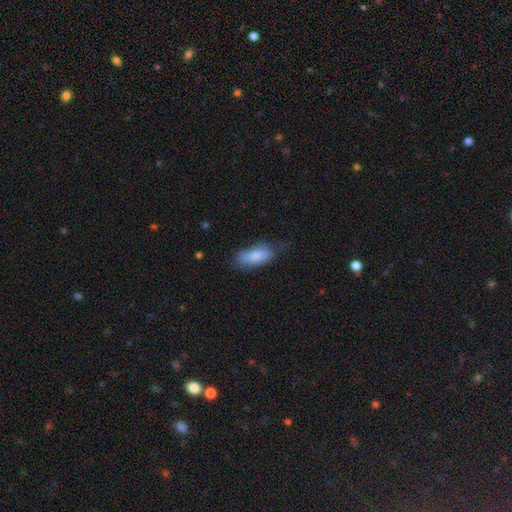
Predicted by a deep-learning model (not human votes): smooth-or-featured: smooth: 81% | featured or disk: 12% | star or artifact: 6%
  how-rounded: in between: 82% | cigar-shaped: 16% | round: 2%
  merging: none: 58% | minor disturbance: 30% | major disturbance: 10% | merger: 2%